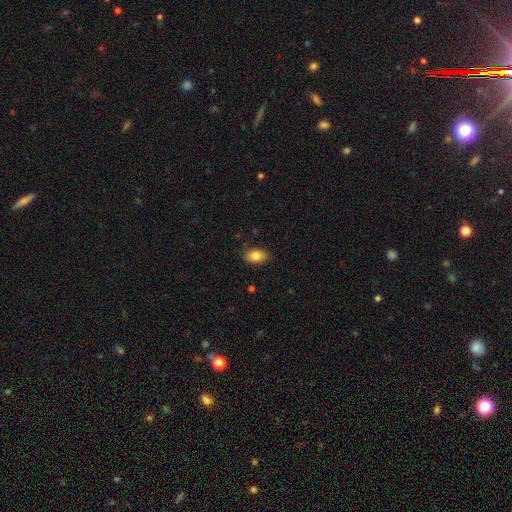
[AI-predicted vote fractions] This appears to be a smooth galaxy with no disk features (83%) that is in between round and cigar-shaped (89%). Merging: none (85%).